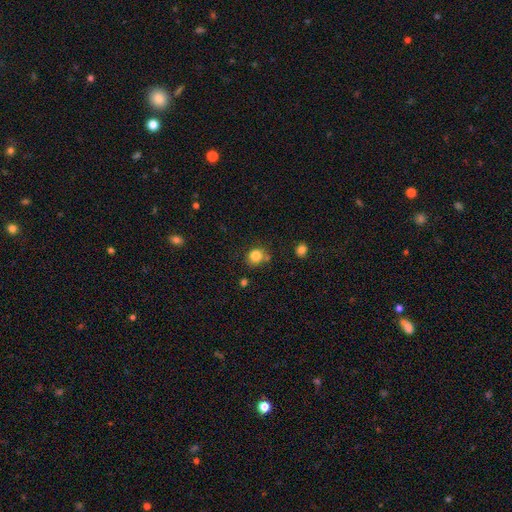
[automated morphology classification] Q: Smooth or featured?
A: smooth (83%); runner-up: star or artifact (11%)
Q: How rounded?
A: round (77%); runner-up: in between (22%)
Q: Merging?
A: none (72%); runner-up: minor disturbance (14%)